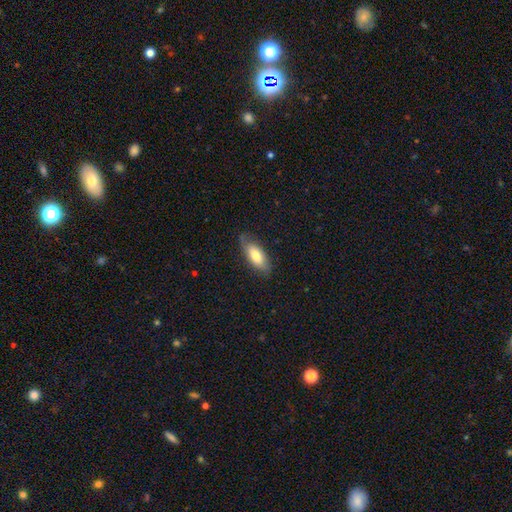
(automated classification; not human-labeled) The model was most divided on "smooth or featured": smooth: 69%, featured or disk: 25%, star or artifact: 6%. More confident: how rounded — in between (83%); merging — none (73%).